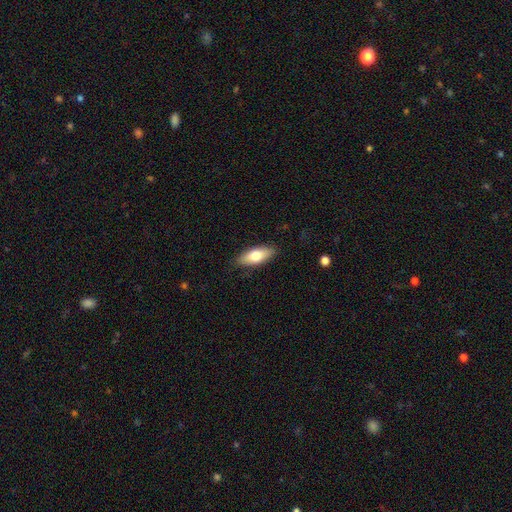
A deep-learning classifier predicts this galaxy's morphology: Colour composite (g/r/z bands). It shows a smooth galaxy with no disk features (71%) that is in between round and cigar-shaped (76%). Merging: none (87%).